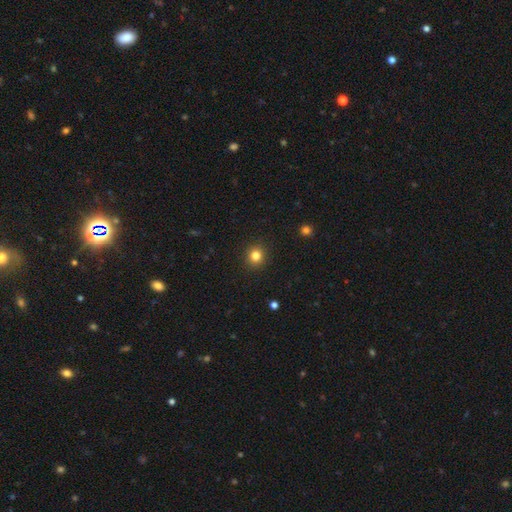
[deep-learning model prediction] smooth_or_featured: smooth (p=0.82) [alt: star or artifact p=0.12]
how_rounded: round (p=0.87) [alt: in between p=0.12]
merging: none (p=0.91) [alt: minor disturbance p=0.06]